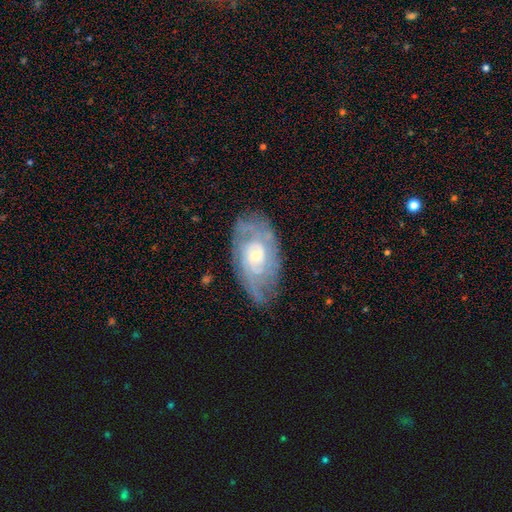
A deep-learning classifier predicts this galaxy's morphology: Smooth or featured? featured or disk (80%)
Edge-on disk? no (94%)
Bar? no (71%)
Spiral arms? yes (90%)
Spiral winding? tight (64%)
Spiral arm count? can't tell (42%)
Bulge size? small (63%)
Merging? none (74%)